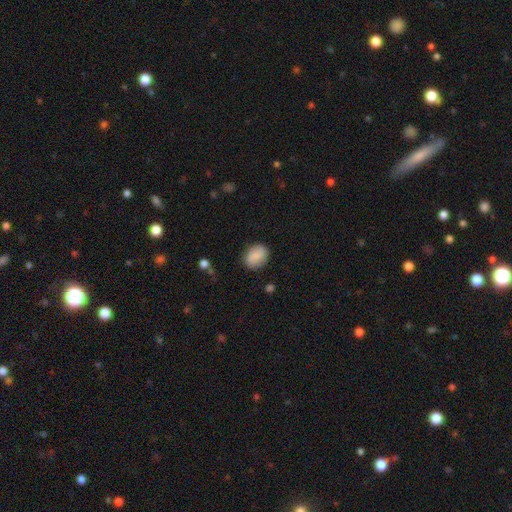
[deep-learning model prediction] Q: Smooth or featured?
A: smooth (84%); runner-up: featured or disk (8%)
Q: How rounded?
A: in between (61%); runner-up: round (37%)
Q: Merging?
A: none (83%); runner-up: minor disturbance (12%)